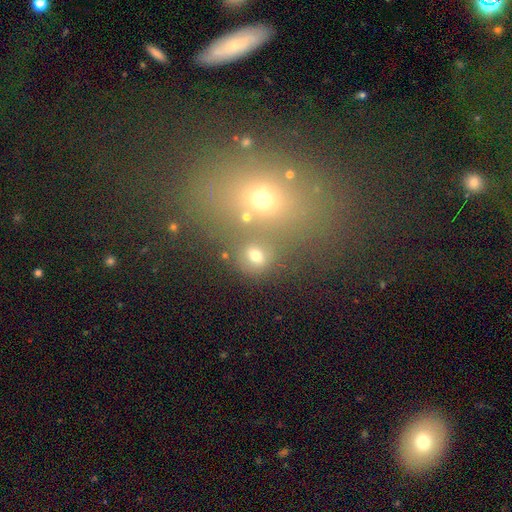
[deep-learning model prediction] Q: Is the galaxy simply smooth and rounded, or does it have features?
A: smooth — 66%.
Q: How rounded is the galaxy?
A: round — 67%.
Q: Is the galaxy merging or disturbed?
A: none — 62%.